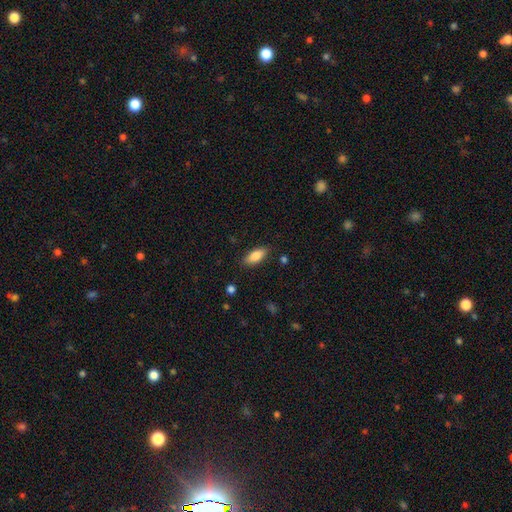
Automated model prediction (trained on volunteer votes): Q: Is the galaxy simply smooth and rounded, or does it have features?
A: smooth — 83%.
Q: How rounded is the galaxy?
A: in between — 82%.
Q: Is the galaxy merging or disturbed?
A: none — 84%.